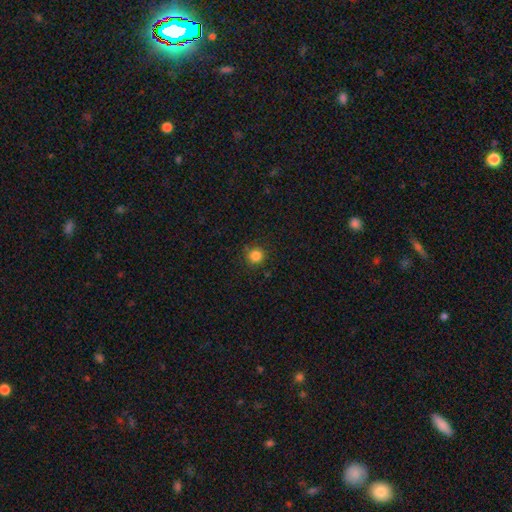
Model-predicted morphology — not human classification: smooth_or_featured: smooth (p=0.84) [alt: star or artifact p=0.12]
how_rounded: round (p=0.95) [alt: in between p=0.05]
merging: none (p=0.89) [alt: minor disturbance p=0.07]